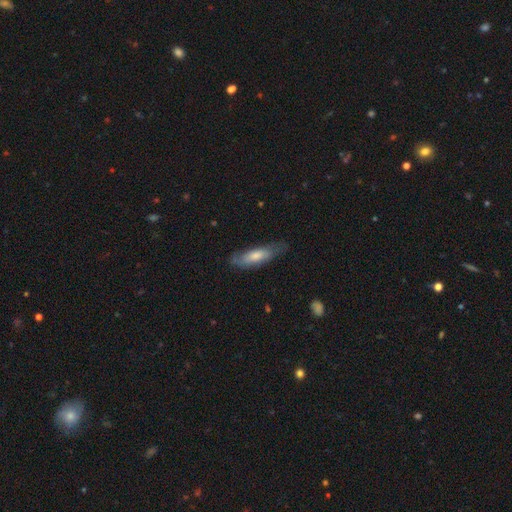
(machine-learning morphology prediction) The model was most divided on "how rounded": cigar-shaped: 51%, in between: 47%, round: 2%. More confident: merging — none (65%); smooth or featured — smooth (64%).